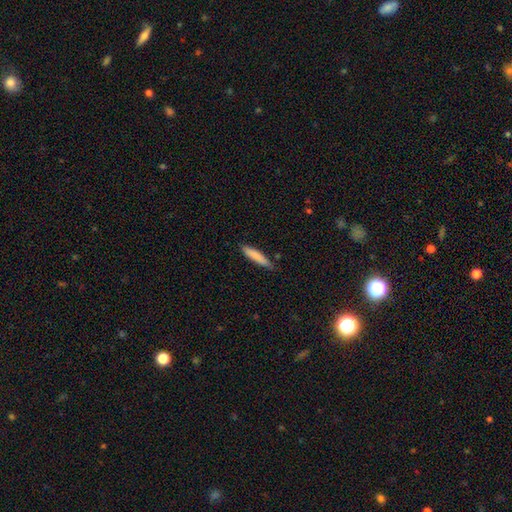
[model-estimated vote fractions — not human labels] This is clearly a smooth galaxy (83%). How rounded: clearly cigar-shaped (86%). Merging: likely none (78%).